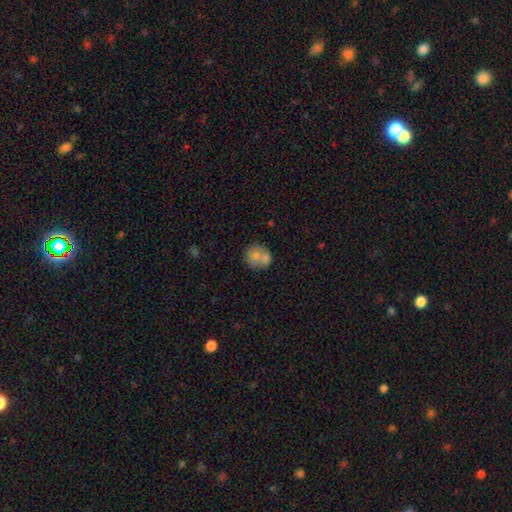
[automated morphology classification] smooth_or_featured: smooth (p=0.72) [alt: featured or disk p=0.20]
how_rounded: round (p=0.79) [alt: in between p=0.20]
merging: merger (p=0.46) [alt: none p=0.40]